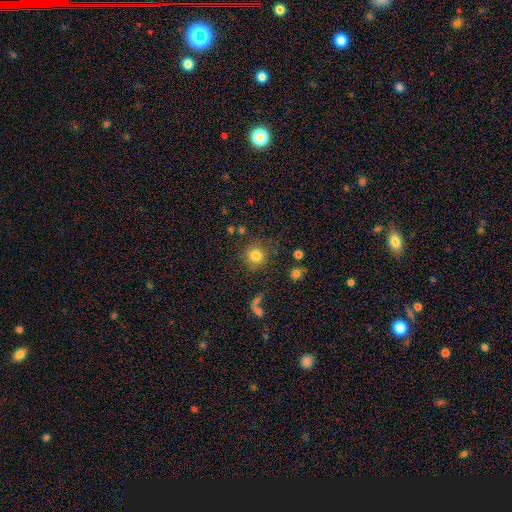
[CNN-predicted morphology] Q: Smooth or featured?
A: smooth (80%); runner-up: star or artifact (13%)
Q: How rounded?
A: round (93%); runner-up: in between (6%)
Q: Merging?
A: none (83%); runner-up: minor disturbance (8%)